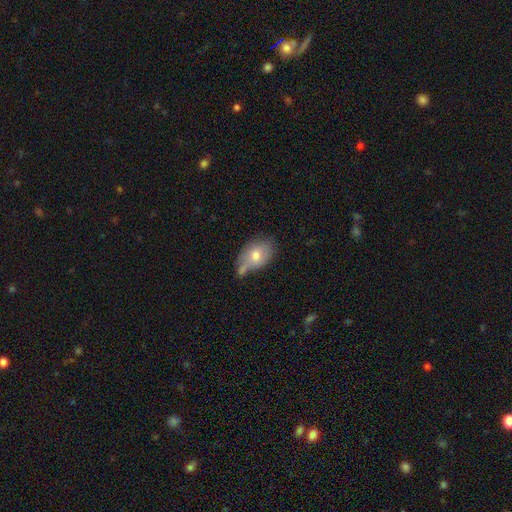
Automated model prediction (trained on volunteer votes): This appears to be a smooth galaxy with no disk features (67%) that is in between round and cigar-shaped (83%). Merging: none (41%).